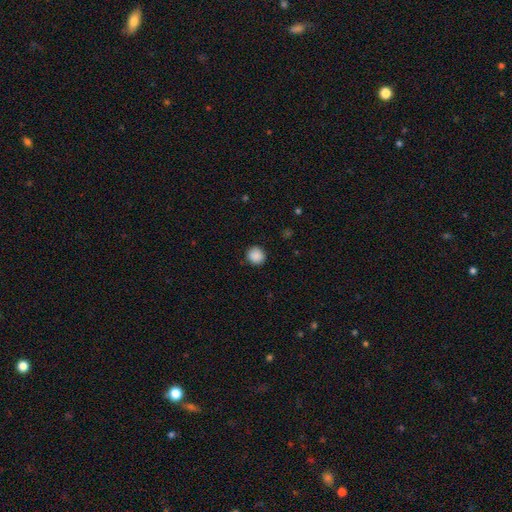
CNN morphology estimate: smooth_or_featured: smooth (p=0.88) [alt: star or artifact p=0.09]
how_rounded: round (p=0.88) [alt: in between p=0.11]
merging: none (p=0.88) [alt: minor disturbance p=0.09]